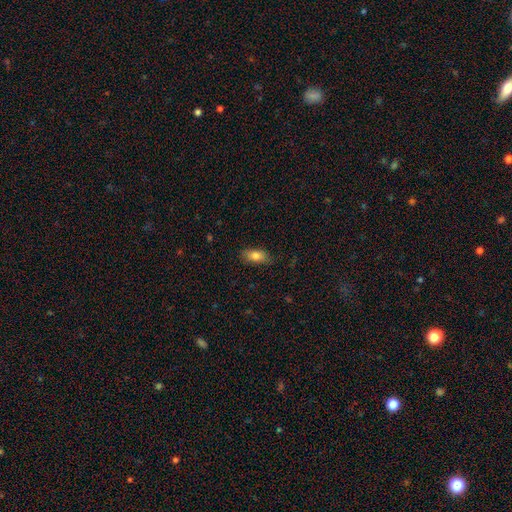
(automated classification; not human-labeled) smooth_or_featured: smooth (p=0.81) [alt: featured or disk p=0.11]
how_rounded: in between (p=0.87) [alt: cigar-shaped p=0.09]
merging: none (p=0.83) [alt: minor disturbance p=0.13]